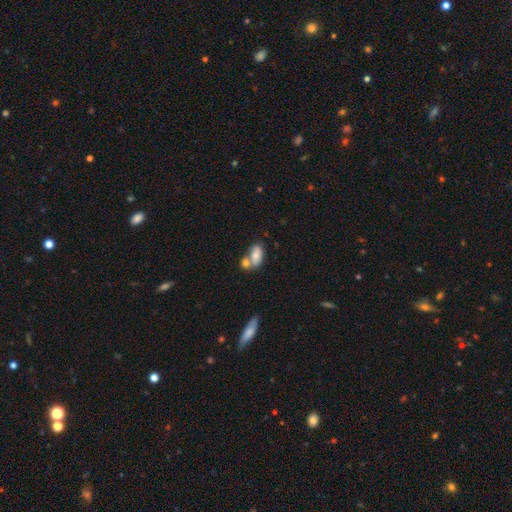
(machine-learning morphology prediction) A smooth galaxy with no disk features (78%) that is in between round and cigar-shaped (91%). Merging: merger (49%).